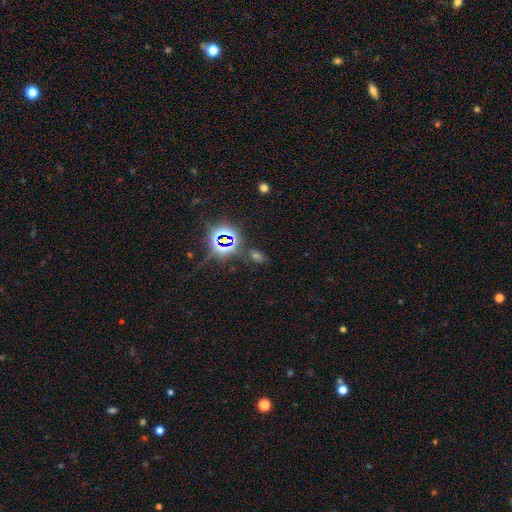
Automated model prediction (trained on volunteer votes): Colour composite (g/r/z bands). It shows a star or artifact, not a galaxy (62%).